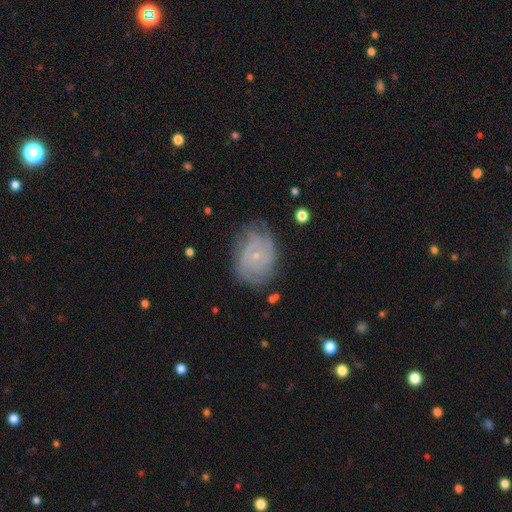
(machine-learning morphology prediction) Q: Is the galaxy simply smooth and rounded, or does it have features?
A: featured or disk — 77%.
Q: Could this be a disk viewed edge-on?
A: no — 97%.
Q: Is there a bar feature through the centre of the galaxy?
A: no — 76%.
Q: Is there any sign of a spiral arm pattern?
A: yes — 92%.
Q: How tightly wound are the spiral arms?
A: tight — 64%.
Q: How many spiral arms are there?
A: can't tell — 38%.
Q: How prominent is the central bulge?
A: small — 83%.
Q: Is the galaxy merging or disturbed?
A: none — 68%.